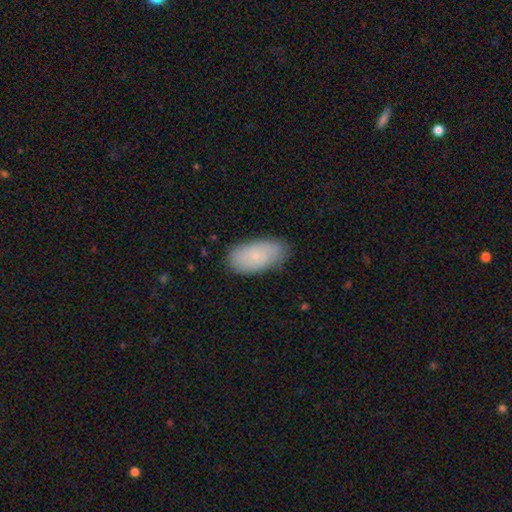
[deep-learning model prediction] A smooth galaxy with no disk features (75%) that is in between round and cigar-shaped (94%).

Vote fractions:
- Smooth or featured? smooth: 75% / featured or disk: 18% / star or artifact: 7%
- How rounded? in between: 94% / cigar-shaped: 3% / round: 3%
- Merging? none: 75% / minor disturbance: 20% / major disturbance: 4% / merger: 1%